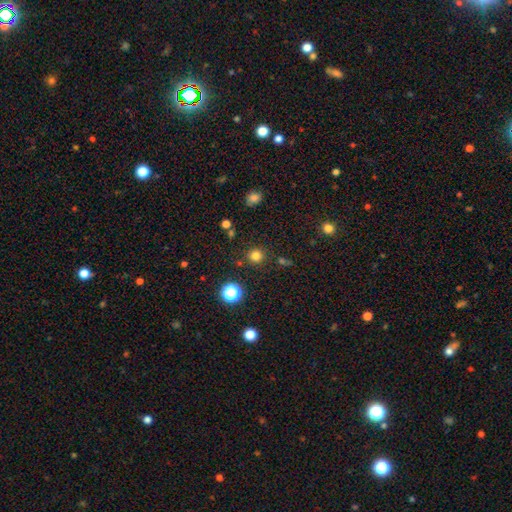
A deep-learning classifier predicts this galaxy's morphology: A smooth galaxy with no disk features (77%) that is round (94%). Merging: none (88%).